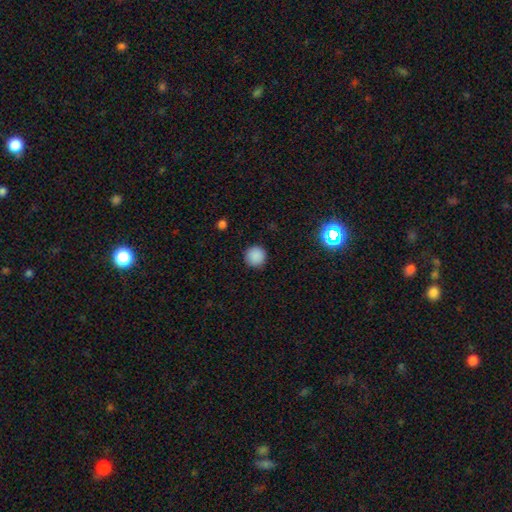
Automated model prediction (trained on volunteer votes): smooth_or_featured: smooth (p=0.87) [alt: star or artifact p=0.10]
how_rounded: round (p=0.95) [alt: in between p=0.04]
merging: none (p=0.92) [alt: minor disturbance p=0.05]